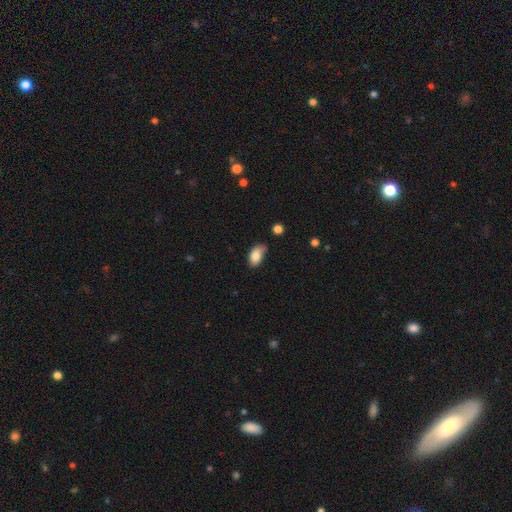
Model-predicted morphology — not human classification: Smooth or featured? Predicted: smooth (p=0.85). How rounded? Predicted: in between (p=0.92). Merging? Predicted: none (p=0.50).